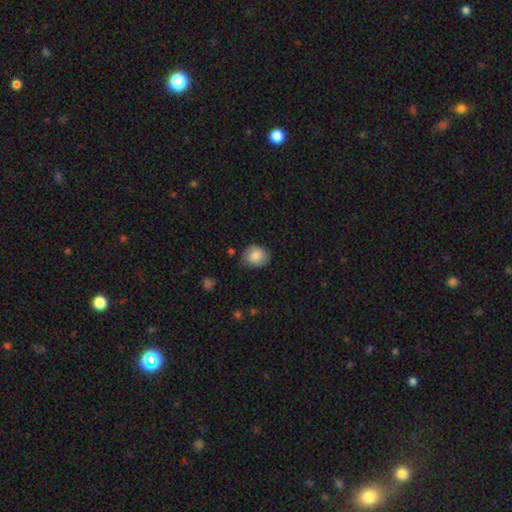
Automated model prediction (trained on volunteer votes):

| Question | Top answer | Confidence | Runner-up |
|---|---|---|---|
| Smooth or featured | smooth | 74% | featured or disk (18%) |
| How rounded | round | 57% | in between (42%) |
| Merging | none | 76% | minor disturbance (19%) |